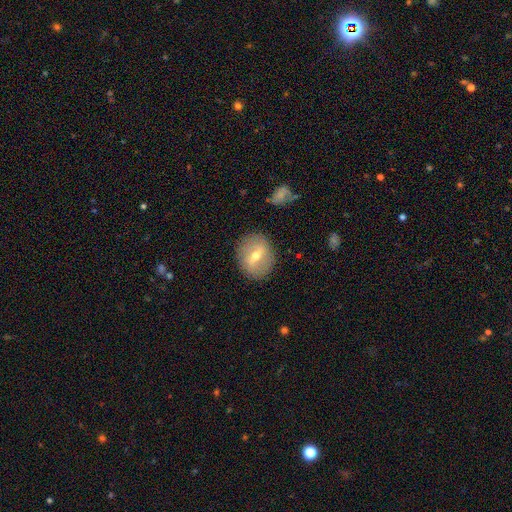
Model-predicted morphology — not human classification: smooth-or-featured: featured or disk: 51% | smooth: 41% | star or artifact: 8%
  disk-edge-on: no: 90% | yes: 10%
  merging: none: 85% | minor disturbance: 10% | major disturbance: 3% | merger: 1%